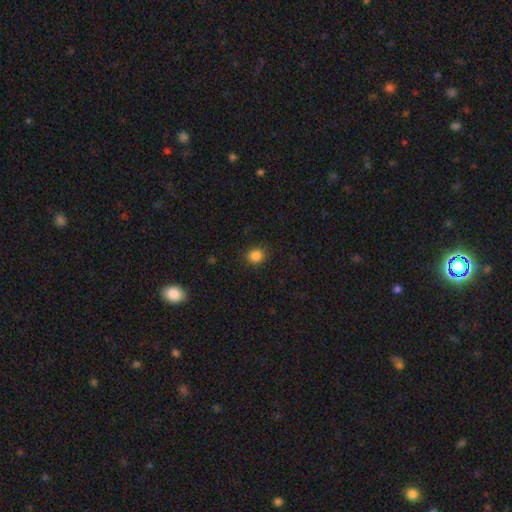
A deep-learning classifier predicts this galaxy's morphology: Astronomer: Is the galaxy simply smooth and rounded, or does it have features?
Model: smooth — 85%.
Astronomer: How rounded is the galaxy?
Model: round — 82%.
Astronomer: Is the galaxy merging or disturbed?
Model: none — 88%.